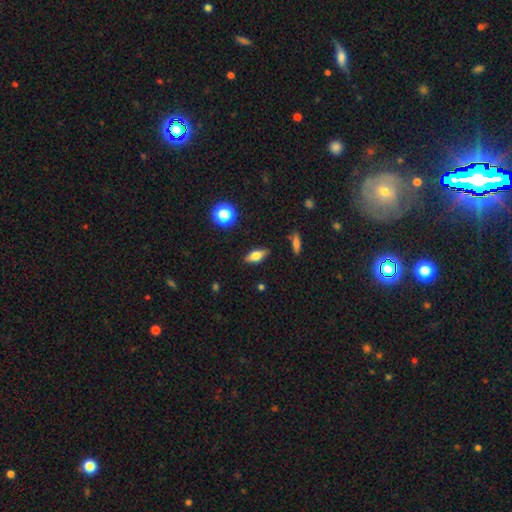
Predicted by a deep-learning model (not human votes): Smooth or featured?
  - smooth: 56% *
  - featured or disk: 35%
  - star or artifact: 10%
How rounded?
  - in between: 70% *
  - cigar-shaped: 23%
  - round: 7%
Merging?
  - none: 85% *
  - minor disturbance: 10%
  - major disturbance: 3%
  - merger: 2%